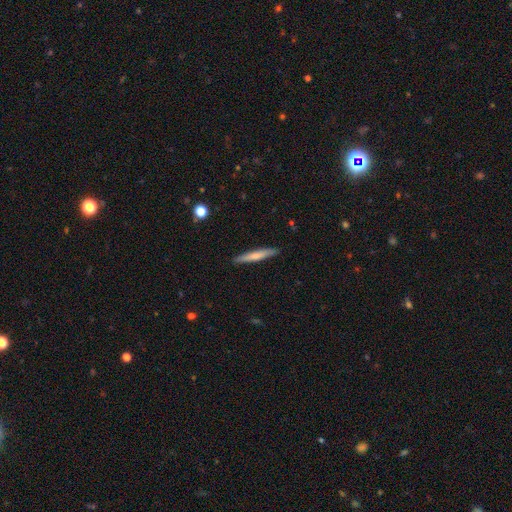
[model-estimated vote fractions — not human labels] The model was most divided on "smooth or featured": smooth: 67%, featured or disk: 28%, star or artifact: 5%. More confident: how rounded — cigar-shaped (94%); merging — none (90%).